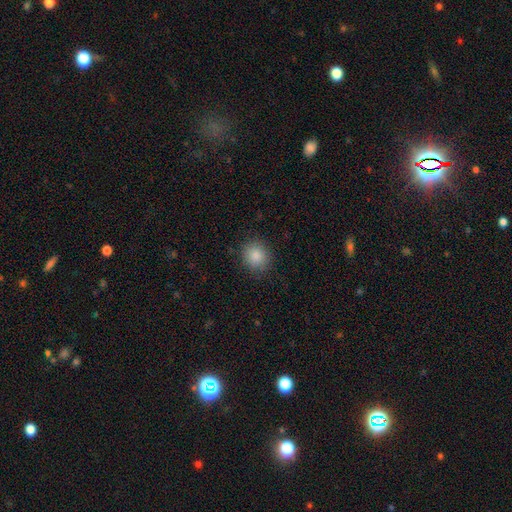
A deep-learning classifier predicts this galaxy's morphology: Overall: smooth (87%). How rounded: round (80%). Merging: none (87%).